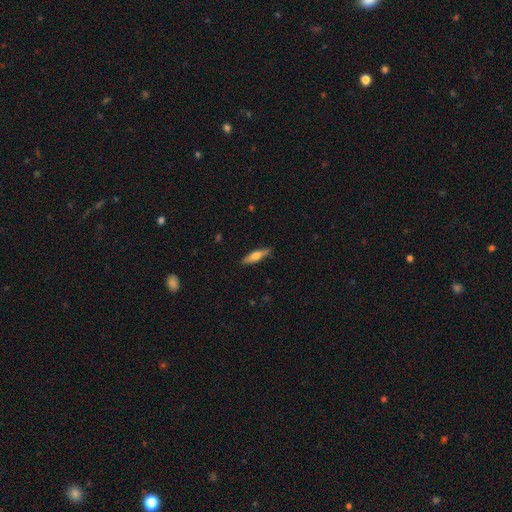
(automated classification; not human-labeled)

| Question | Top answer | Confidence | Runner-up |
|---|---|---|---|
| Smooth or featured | smooth | 56% | featured or disk (38%) |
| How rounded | cigar-shaped | 69% | in between (29%) |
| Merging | none | 86% | minor disturbance (11%) |